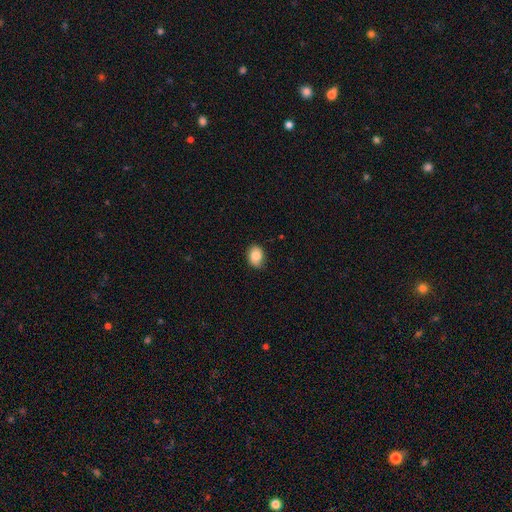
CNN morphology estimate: A smooth galaxy with no disk features (85%) that is in between round and cigar-shaped (63%). Merging: none (75%).